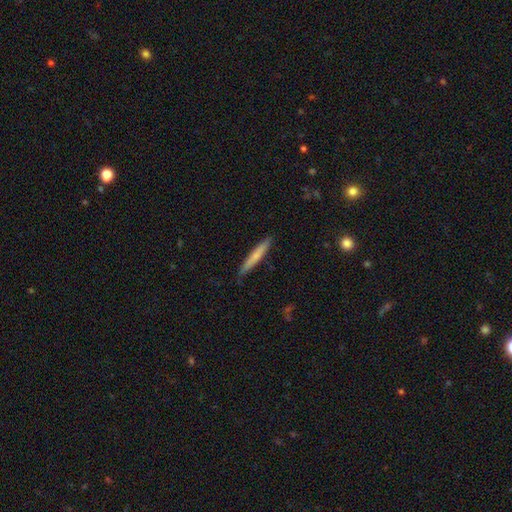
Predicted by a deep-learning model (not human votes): Overall: smooth (67%). How rounded: cigar-shaped (95%). Merging: none (88%).